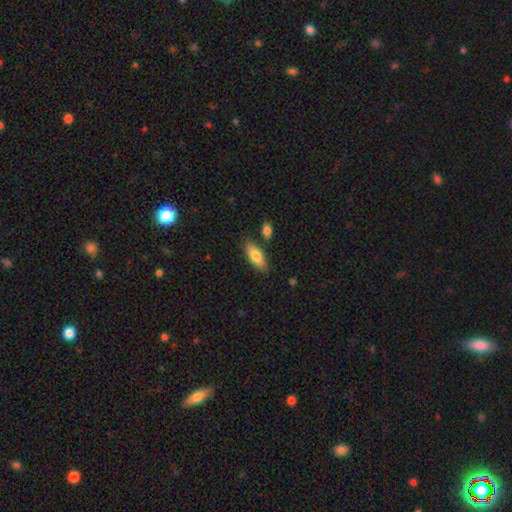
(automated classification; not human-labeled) smooth_or_featured: smooth (p=0.78) [alt: featured or disk p=0.16]
how_rounded: in between (p=0.76) [alt: cigar-shaped p=0.21]
merging: none (p=0.78) [alt: minor disturbance p=0.13]